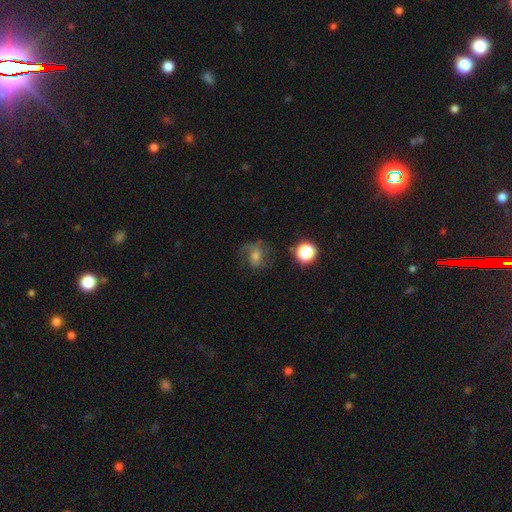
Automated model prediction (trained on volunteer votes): This appears to be a featured or disk galaxy (58%) with no bar (55%), spiral arms (89%) and a moderate central bulge (51%). Merging: none (59%).